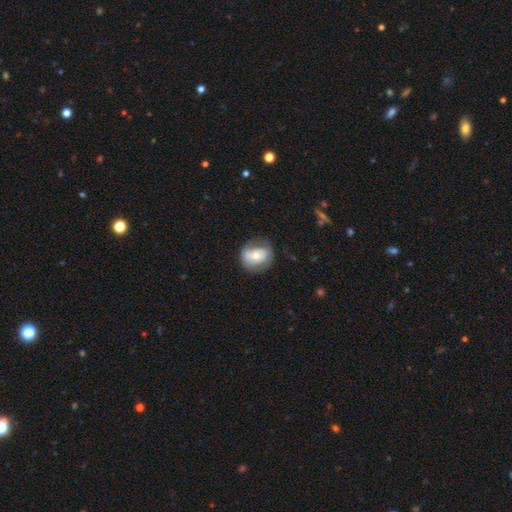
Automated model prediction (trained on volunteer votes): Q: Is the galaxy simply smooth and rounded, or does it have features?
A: featured or disk — 47%.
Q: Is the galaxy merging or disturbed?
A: none — 61%.